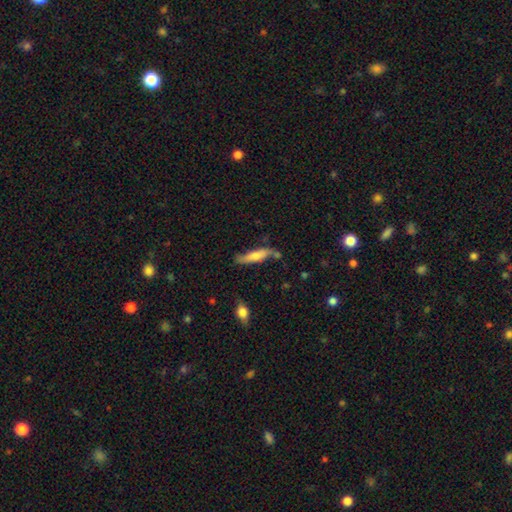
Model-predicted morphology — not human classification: Overall: smooth (67%; featured or disk 27%). How rounded: cigar-shaped (80%). Merging: none (67%).